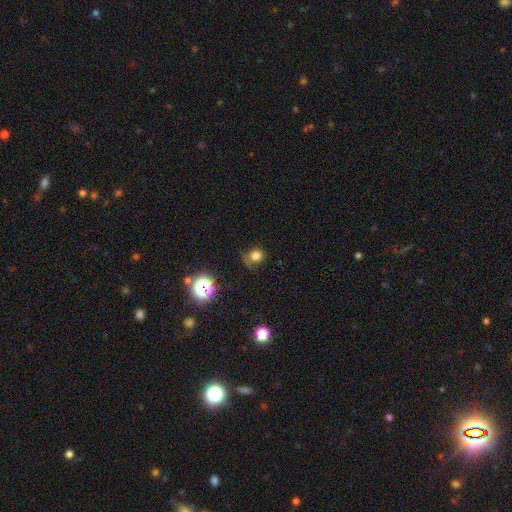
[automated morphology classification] type=smooth (75%); roundness=round (83%); merging=none (59%).